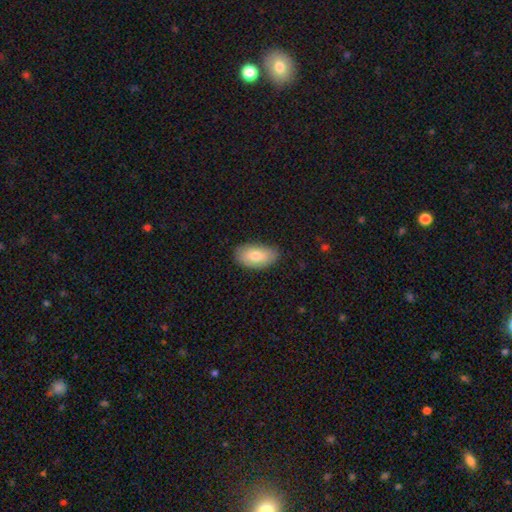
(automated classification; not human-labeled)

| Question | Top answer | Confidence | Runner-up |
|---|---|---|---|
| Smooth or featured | smooth | 80% | featured or disk (13%) |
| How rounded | in between | 94% | round (3%) |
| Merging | none | 81% | minor disturbance (15%) |